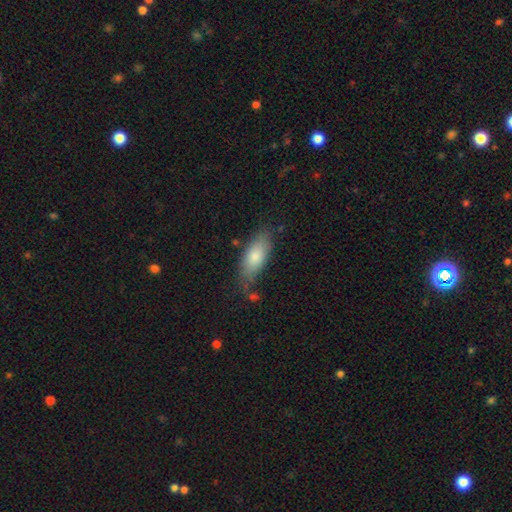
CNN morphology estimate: Smooth or featured? smooth (79%)
How rounded? in between (81%)
Merging? none (70%)